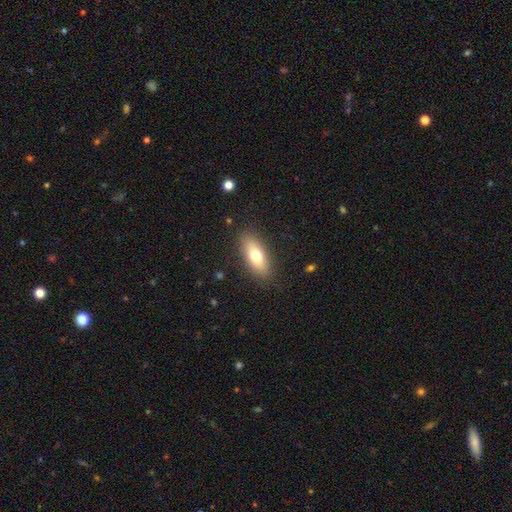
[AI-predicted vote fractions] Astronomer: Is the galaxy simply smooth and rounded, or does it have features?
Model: smooth — 72%.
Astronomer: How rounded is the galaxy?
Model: in between — 72%.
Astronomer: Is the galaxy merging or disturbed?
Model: none — 87%.